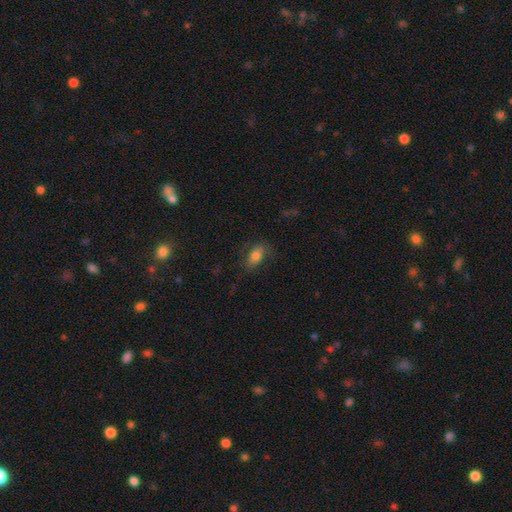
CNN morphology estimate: Smooth or featured?
  - smooth: 71% *
  - featured or disk: 19%
  - star or artifact: 10%
How rounded?
  - in between: 85% *
  - round: 8%
  - cigar-shaped: 7%
Merging?
  - none: 68% *
  - minor disturbance: 20%
  - major disturbance: 11%
  - merger: 1%